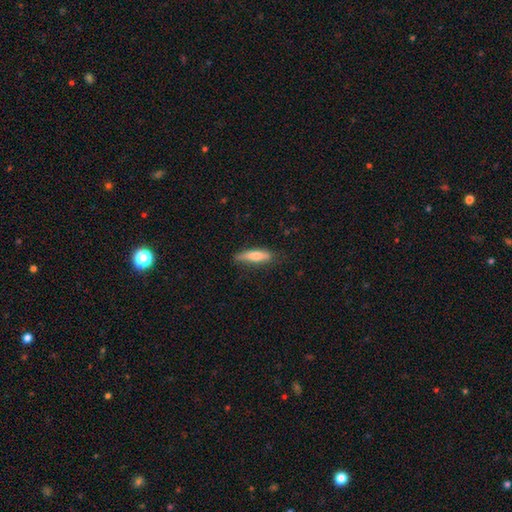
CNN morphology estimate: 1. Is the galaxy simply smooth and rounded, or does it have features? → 69% smooth, 25% featured or disk, 6% star or artifact.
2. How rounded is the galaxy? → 75% cigar-shaped, 24% in between, 2% round.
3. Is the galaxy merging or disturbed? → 76% none, 19% minor disturbance, 4% major disturbance, 1% merger.